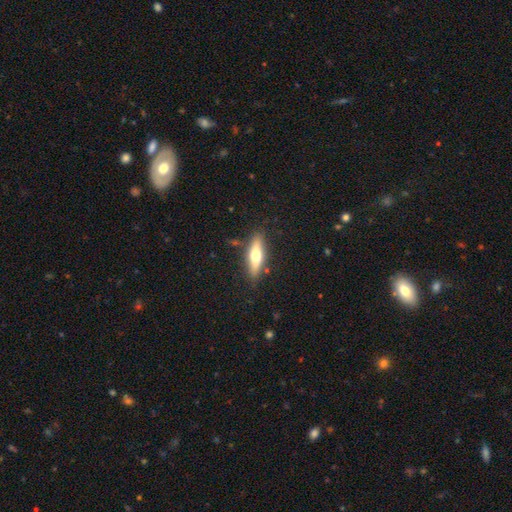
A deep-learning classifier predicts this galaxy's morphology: smooth 54%, featured or disk 40%, star or artifact 6%. Down the decision tree: how rounded — cigar-shaped (60%); merging — none (83%).